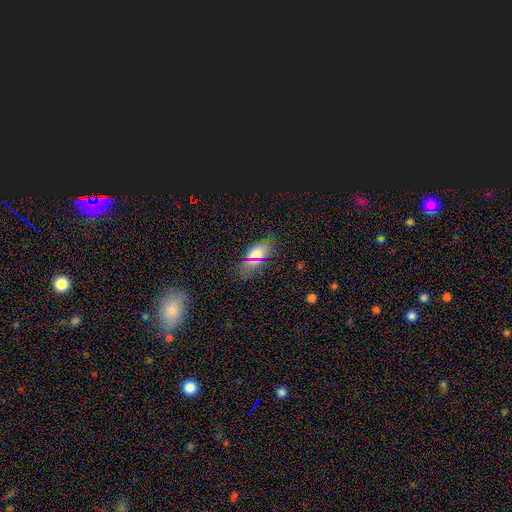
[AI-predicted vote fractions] A smooth galaxy with no disk features (70%) that is in between round and cigar-shaped (87%).

Vote fractions:
- Smooth or featured? smooth: 70% / star or artifact: 17% / featured or disk: 13%
- How rounded? in between: 87% / cigar-shaped: 8% / round: 5%
- Merging? none: 82% / minor disturbance: 13% / major disturbance: 4% / merger: 2%